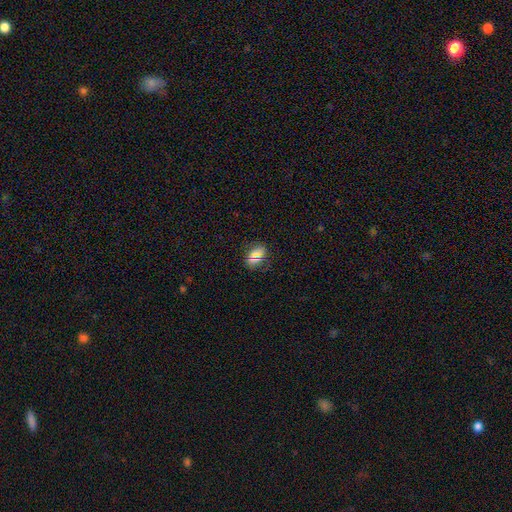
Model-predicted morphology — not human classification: Smooth or featured? smooth (67%)
How rounded? in between (68%)
Merging? none (84%)